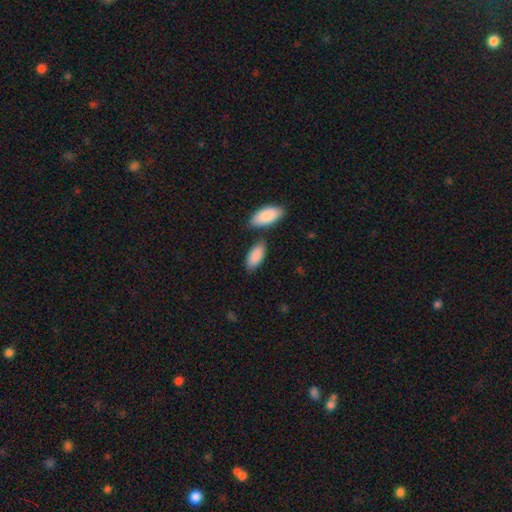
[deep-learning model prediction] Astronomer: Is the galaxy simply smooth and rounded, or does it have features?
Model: smooth — 89%.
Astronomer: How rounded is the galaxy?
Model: in between — 89%.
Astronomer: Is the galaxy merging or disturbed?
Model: none — 69%.